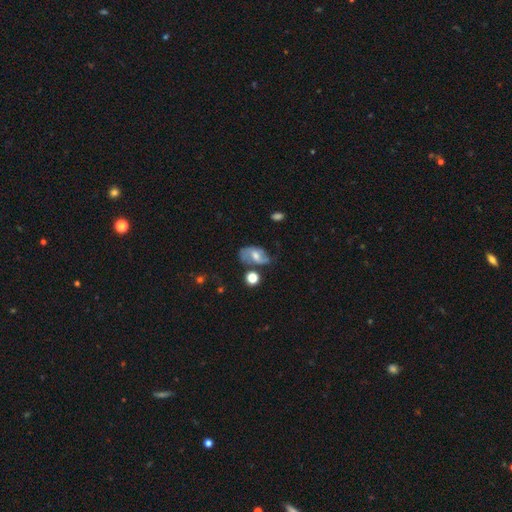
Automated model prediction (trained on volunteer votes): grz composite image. It shows a featured or disk galaxy (57%) with no bar (47%), spiral arms (80%) and a moderate central bulge (55%). Merging: none (47%).